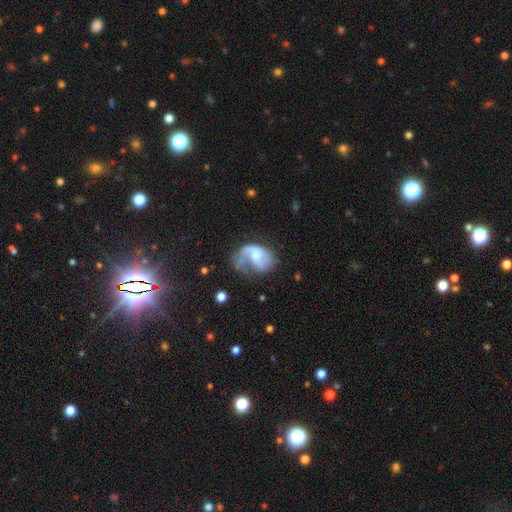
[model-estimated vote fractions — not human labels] Smooth or featured? Predicted: featured or disk (p=0.64). Edge-on disk? Predicted: no (p=0.97). Bar? Predicted: no (p=0.60). Spiral arms? Predicted: yes (p=0.81). Spiral winding? Predicted: loose (p=0.46). Spiral arm count? Predicted: 1 (p=0.50). Bulge size? Predicted: moderate (p=0.44). Merging? Predicted: major disturbance (p=0.40).